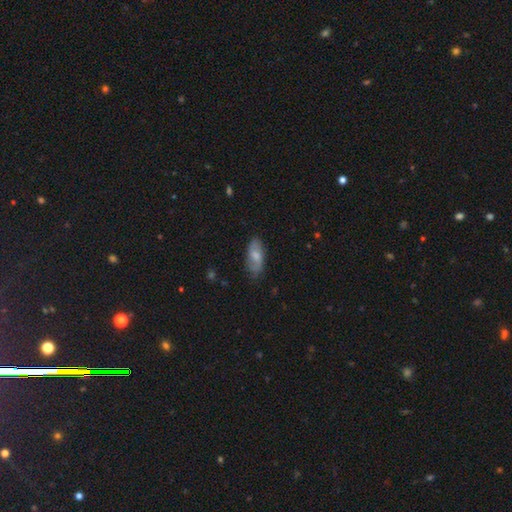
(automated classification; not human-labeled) Overall: smooth (62%; featured or disk 31%). How rounded: in between (86%). Merging: none (73%).